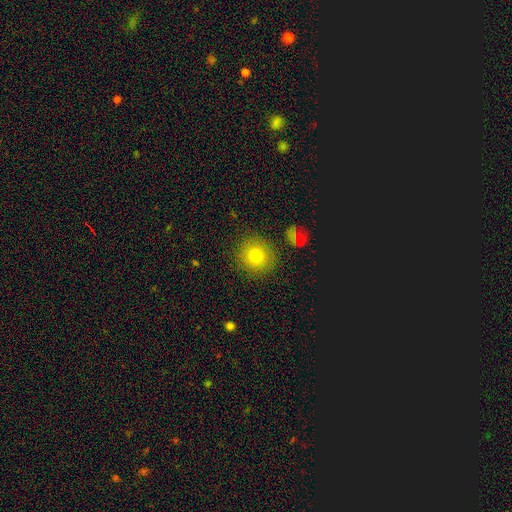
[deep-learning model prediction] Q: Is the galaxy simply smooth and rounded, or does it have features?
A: smooth — 78%.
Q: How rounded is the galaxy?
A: round — 92%.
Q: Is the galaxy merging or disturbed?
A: none — 87%.